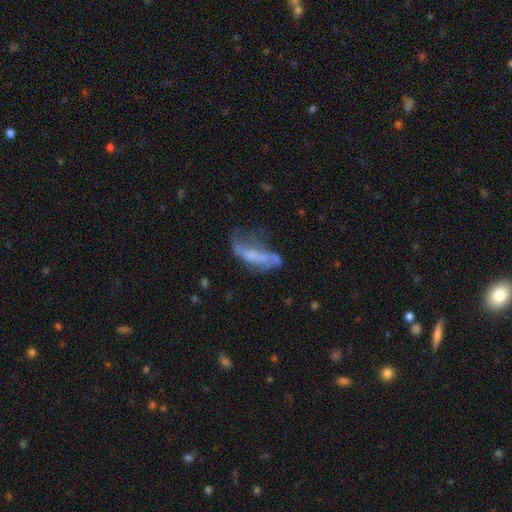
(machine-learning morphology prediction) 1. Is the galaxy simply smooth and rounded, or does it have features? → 53% featured or disk, 37% smooth, 11% star or artifact.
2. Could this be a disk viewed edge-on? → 84% no, 16% yes.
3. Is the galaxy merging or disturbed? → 32% major disturbance, 28% none, 22% minor disturbance, 17% merger.